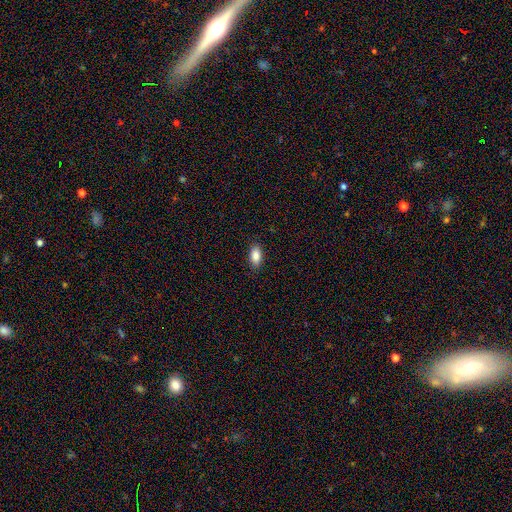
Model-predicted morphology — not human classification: Smooth or featured? Predicted: smooth (p=0.87). How rounded? Predicted: in between (p=0.91). Merging? Predicted: none (p=0.88).